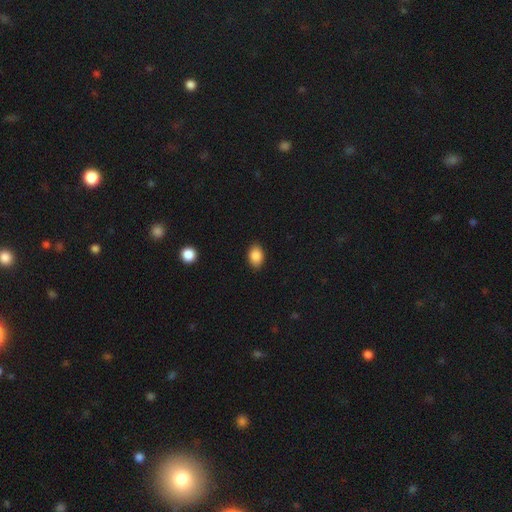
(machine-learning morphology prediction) smooth 88%, star or artifact 8%, featured or disk 4%. Down the decision tree: how rounded — in between (82%); merging — none (87%).